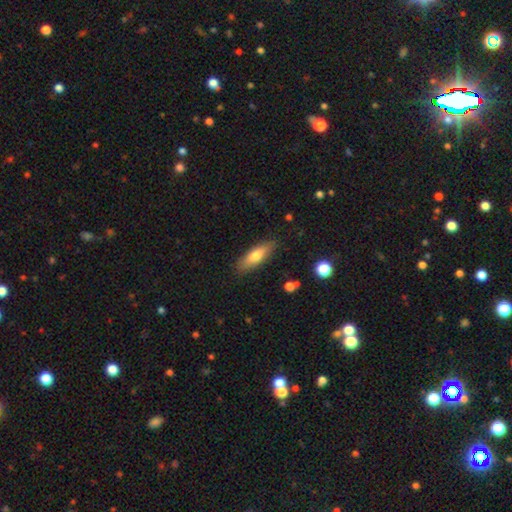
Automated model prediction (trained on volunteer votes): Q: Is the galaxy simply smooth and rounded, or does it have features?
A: smooth — 68%.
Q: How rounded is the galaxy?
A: cigar-shaped — 50%.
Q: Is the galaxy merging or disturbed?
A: none — 85%.